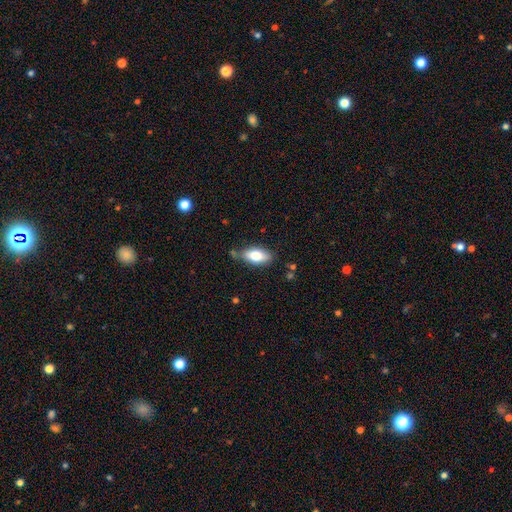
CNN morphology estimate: Q: Smooth or featured?
A: smooth (76%); runner-up: featured or disk (17%)
Q: How rounded?
A: in between (89%); runner-up: cigar-shaped (8%)
Q: Merging?
A: none (72%); runner-up: minor disturbance (20%)